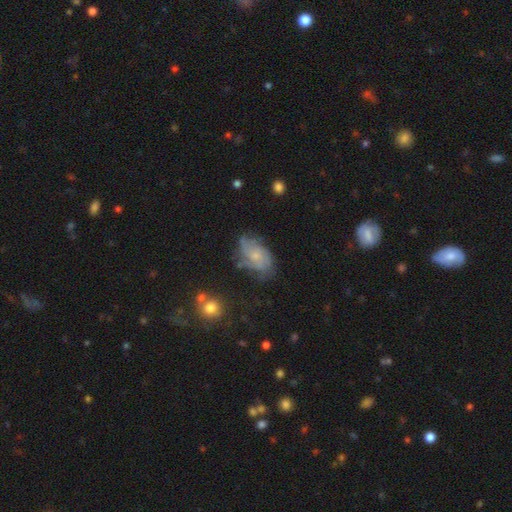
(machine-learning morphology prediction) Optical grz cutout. It shows a featured or disk galaxy (65%) with no bar (76%), tight (41%) spiral arms (86%) and a small central bulge (59%). Merging: none (58%).